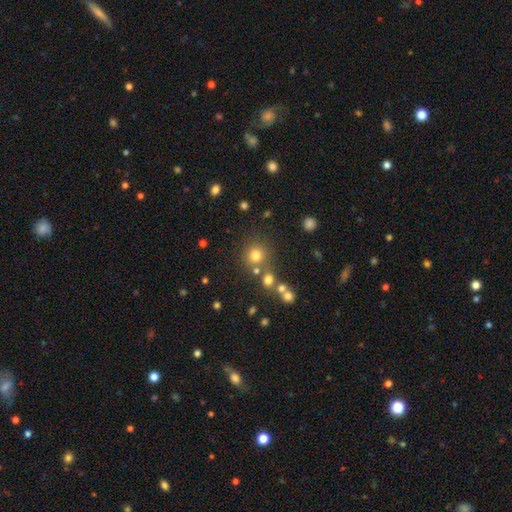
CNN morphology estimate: type=smooth (74%); roundness=round (91%); merging=none (72%).